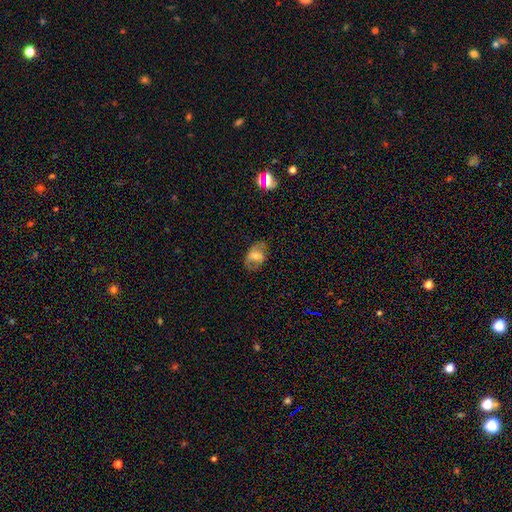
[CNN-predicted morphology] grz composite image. It shows a smooth galaxy with no disk features (52%) that is in between round and cigar-shaped (81%). Merging: none (66%).